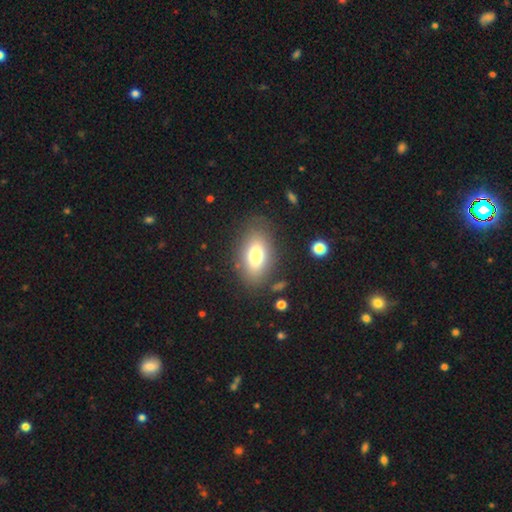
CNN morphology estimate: type=smooth (77%); roundness=in between (90%); merging=none (79%).